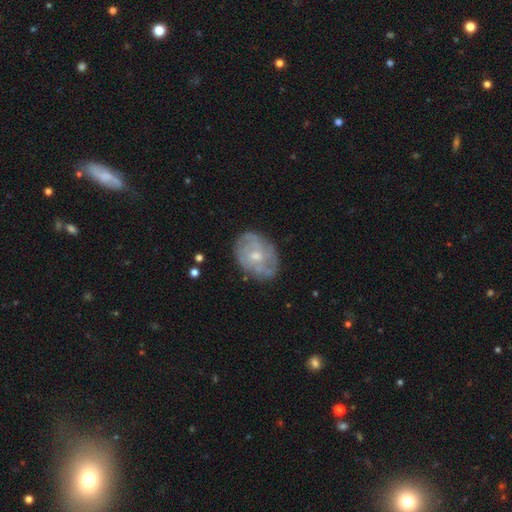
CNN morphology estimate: smooth_or_featured: featured or disk (p=0.61) [alt: smooth p=0.32]
disk_edge_on: no (p=0.96) [alt: yes p=0.04]
bar: no (p=0.75) [alt: weak p=0.22]
has_spiral_arms: yes (p=0.56) [alt: no p=0.44]
bulge_size: moderate (p=0.53) [alt: small p=0.40]
merging: none (p=0.72) [alt: minor disturbance p=0.20]